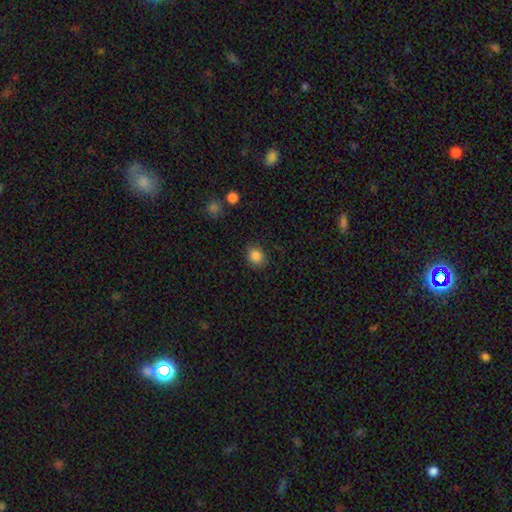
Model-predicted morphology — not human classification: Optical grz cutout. It shows a smooth galaxy with no disk features (86%) that is round (70%). Merging: none (83%).